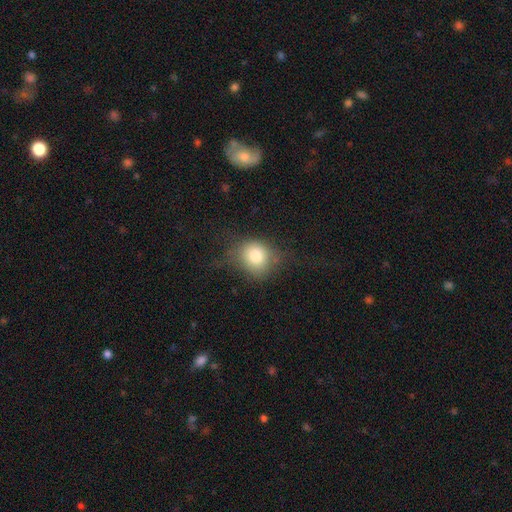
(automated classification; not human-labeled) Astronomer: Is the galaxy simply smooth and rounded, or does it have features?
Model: smooth — 77%.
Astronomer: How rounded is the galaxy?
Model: round — 73%.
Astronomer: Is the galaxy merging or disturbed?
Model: none — 55%.